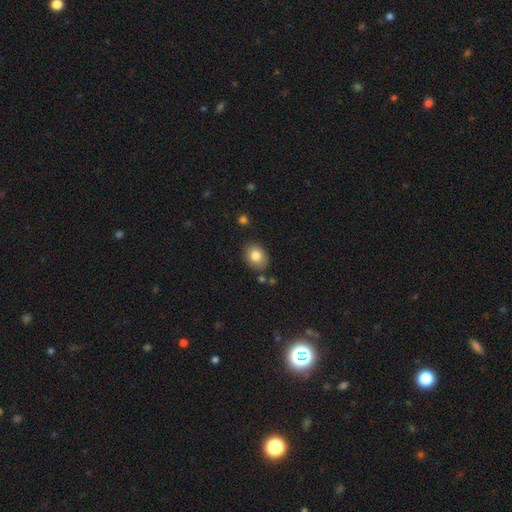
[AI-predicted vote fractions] The model was most divided on "how rounded": in between: 59%, round: 40%, cigar-shaped: 1%. More confident: merging — none (82%); smooth or featured — smooth (81%).